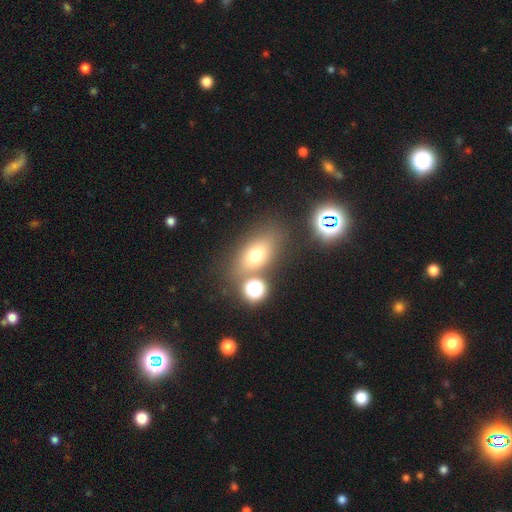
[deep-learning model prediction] Smooth or featured: smooth — 66% (star or artifact — 18%)
How rounded: in between — 73% (round — 22%)
Merging: none — 69% (minor disturbance — 13%)